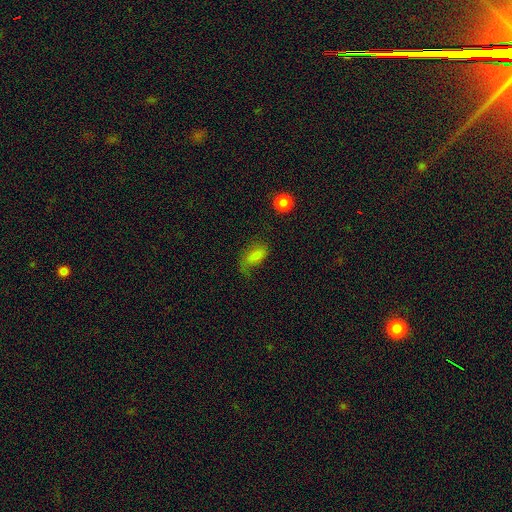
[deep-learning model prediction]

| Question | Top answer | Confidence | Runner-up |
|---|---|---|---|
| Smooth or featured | smooth | 71% | featured or disk (18%) |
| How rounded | in between | 87% | round (7%) |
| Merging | none | 46% | minor disturbance (27%) |